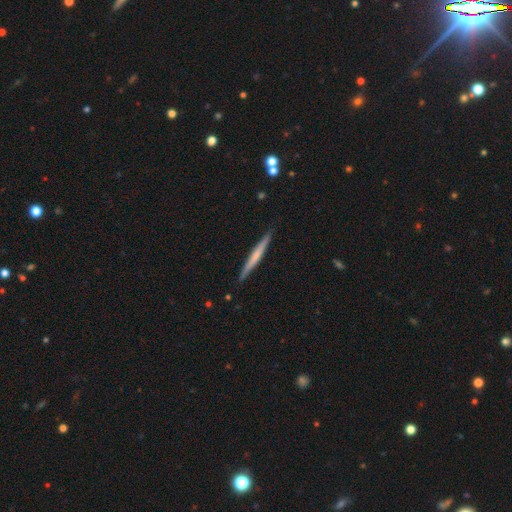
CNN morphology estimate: Overall: smooth (47%, tied with featured or disk). Merging: none (90%).